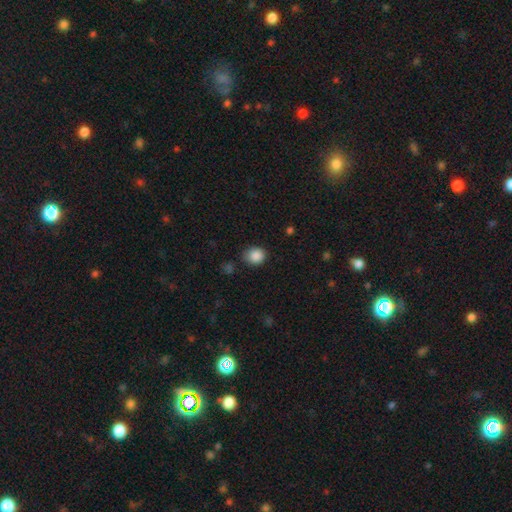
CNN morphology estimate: A smooth galaxy with no disk features (87%) that is round (71%). Merging: none (77%).